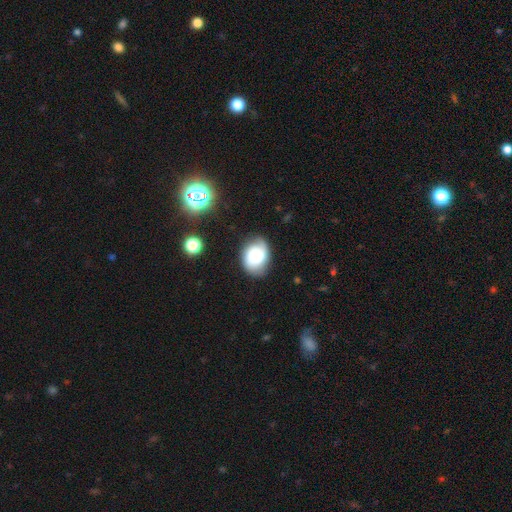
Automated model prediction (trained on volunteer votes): smooth_or_featured: smooth (p=0.61) [alt: featured or disk p=0.29]
how_rounded: in between (p=0.63) [alt: round p=0.36]
merging: none (p=0.73) [alt: minor disturbance p=0.20]